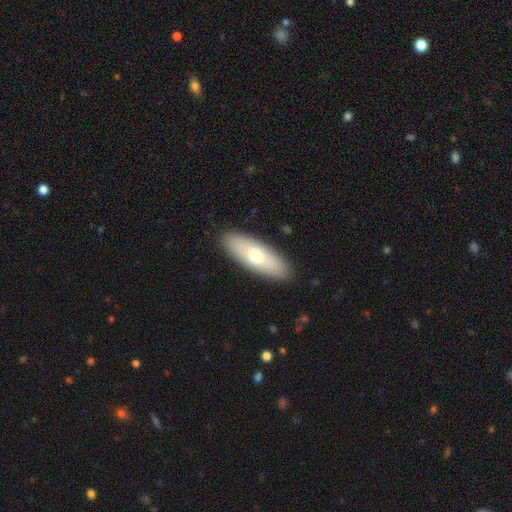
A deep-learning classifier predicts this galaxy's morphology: Smooth or featured?
  - smooth: 62% *
  - featured or disk: 32%
  - star or artifact: 6%
How rounded?
  - in between: 68% *
  - cigar-shaped: 29%
  - round: 3%
Merging?
  - none: 89% *
  - minor disturbance: 8%
  - major disturbance: 2%
  - merger: 1%